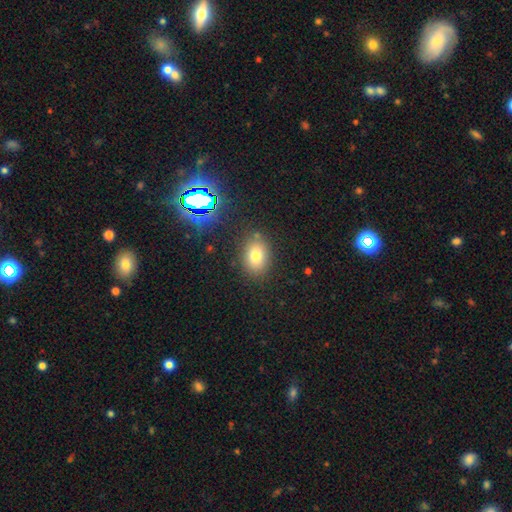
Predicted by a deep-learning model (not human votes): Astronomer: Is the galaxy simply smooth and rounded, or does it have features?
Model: smooth — 76%.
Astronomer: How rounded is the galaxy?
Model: in between — 70%.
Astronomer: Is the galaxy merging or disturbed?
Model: none — 82%.